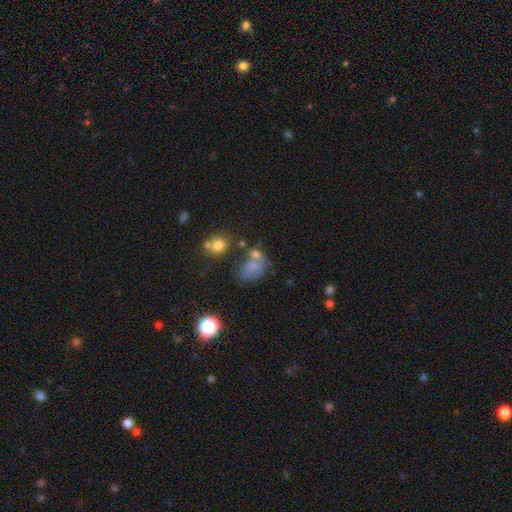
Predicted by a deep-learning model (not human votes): Smooth or featured? smooth (49%)
Merging? none (37%)